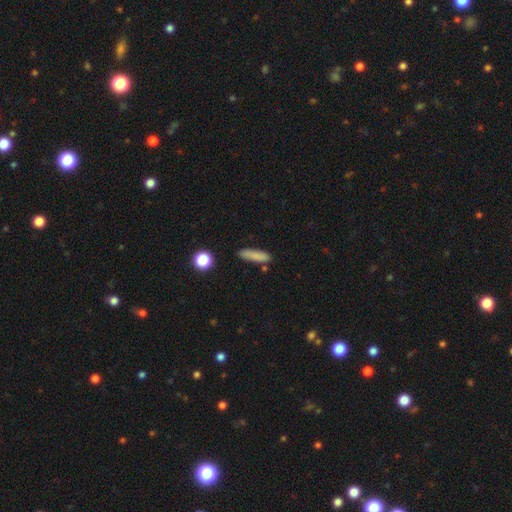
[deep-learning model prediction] Smooth or featured? Predicted: smooth (p=0.83). How rounded? Predicted: cigar-shaped (p=0.74). Merging? Predicted: none (p=0.81).